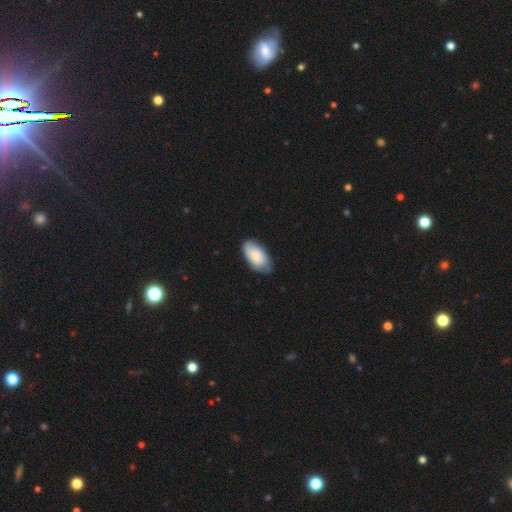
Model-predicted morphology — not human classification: Smooth or featured? Predicted: smooth (p=0.71). How rounded? Predicted: in between (p=0.94). Merging? Predicted: none (p=0.69).